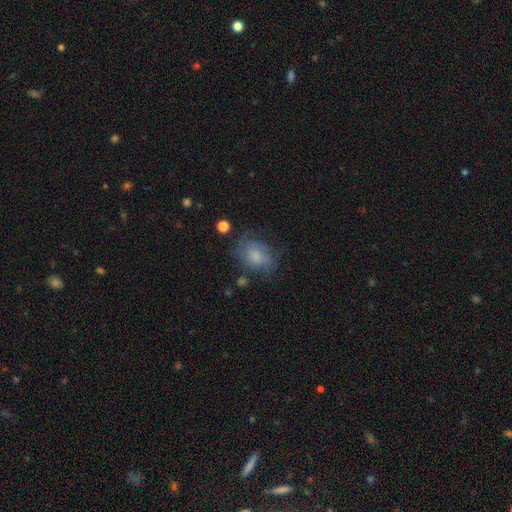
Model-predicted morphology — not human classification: Smooth or featured?
  - smooth: 57% *
  - featured or disk: 33%
  - star or artifact: 10%
How rounded?
  - in between: 57% *
  - round: 42%
  - cigar-shaped: 1%
Merging?
  - none: 53% *
  - minor disturbance: 27%
  - major disturbance: 18%
  - merger: 3%